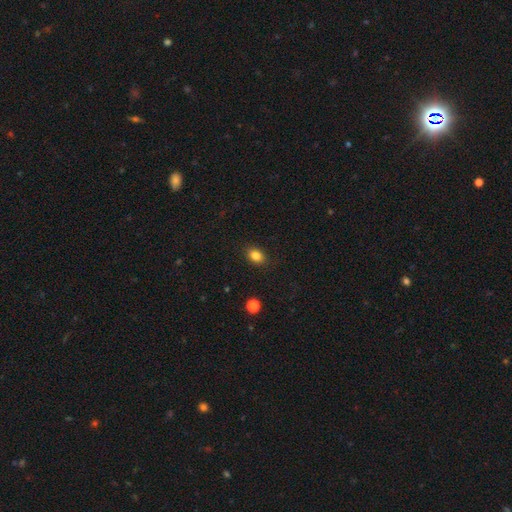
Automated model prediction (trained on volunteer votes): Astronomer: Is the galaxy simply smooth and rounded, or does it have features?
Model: smooth — 83%.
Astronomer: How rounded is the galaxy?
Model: in between — 66%.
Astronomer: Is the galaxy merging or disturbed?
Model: none — 87%.